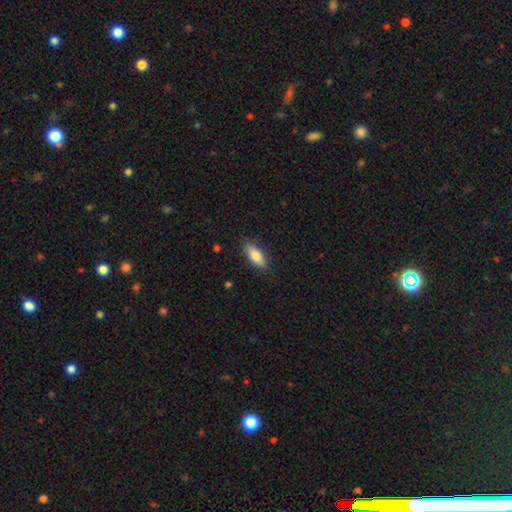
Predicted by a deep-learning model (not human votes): Morphology: type=smooth (80%); roundness=in between (71%); merging=none (84%).